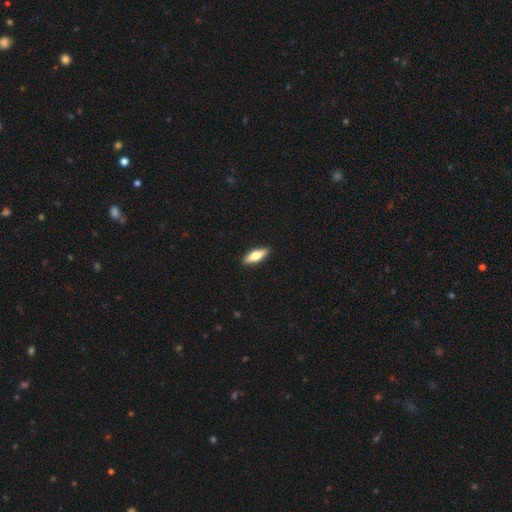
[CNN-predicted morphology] A smooth galaxy with no disk features (58%) that is cigar-shaped (50%).

Vote fractions:
- Smooth or featured? smooth: 58% / featured or disk: 37% / star or artifact: 6%
- How rounded? cigar-shaped: 50% / in between: 48% / round: 2%
- Merging? none: 90% / minor disturbance: 7% / major disturbance: 2% / merger: 1%